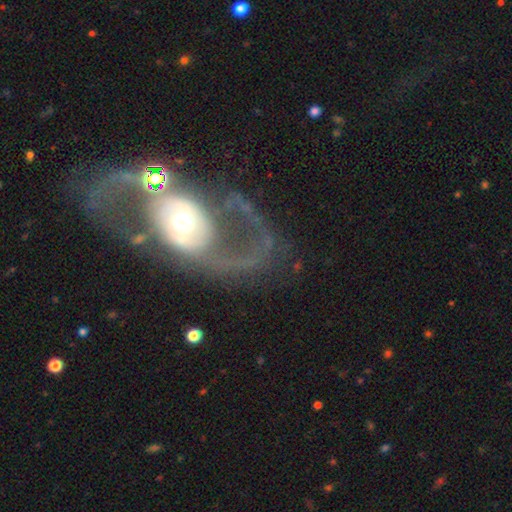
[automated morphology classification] smooth-or-featured: featured or disk: 81% | smooth: 12% | star or artifact: 7%
  disk-edge-on: no: 95% | yes: 5%
    bar: no: 58% | weak: 26% | strong: 16%
    has-spiral-arms: yes: 75% | no: 25%
      spiral-winding: loose: 46% | medium: 39% | tight: 15%
      spiral-arm-count: 2: 86% | can't tell: 6% | 1: 4% | 3: 2% | 4: 1% | more than 4: 1%
    bulge-size: moderate: 60% | small: 18% | large: 17% | dominant: 3% | none: 2%
  merging: none: 60% | major disturbance: 21% | minor disturbance: 13% | merger: 5%